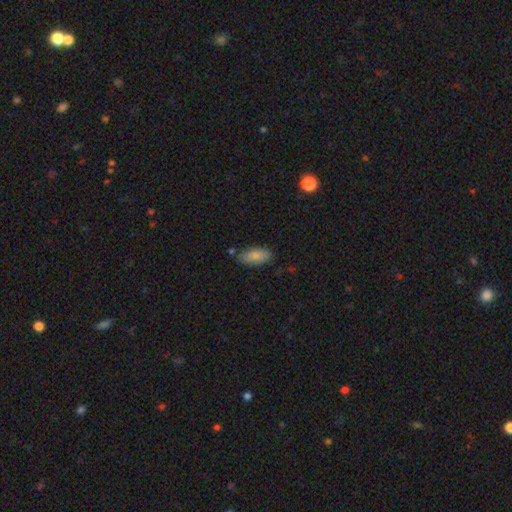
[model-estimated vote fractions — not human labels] smooth 82%, featured or disk 11%, star or artifact 7%. Down the decision tree: how rounded — in between (87%); merging — none (73%).